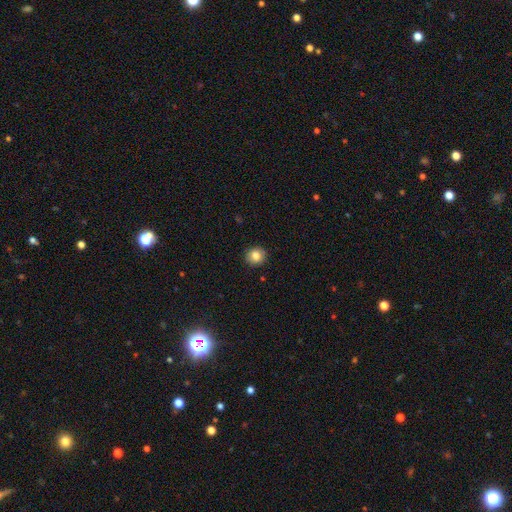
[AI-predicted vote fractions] Smooth or featured: smooth — 83% (star or artifact — 10%)
How rounded: round — 89% (in between — 10%)
Merging: none — 92% (minor disturbance — 6%)